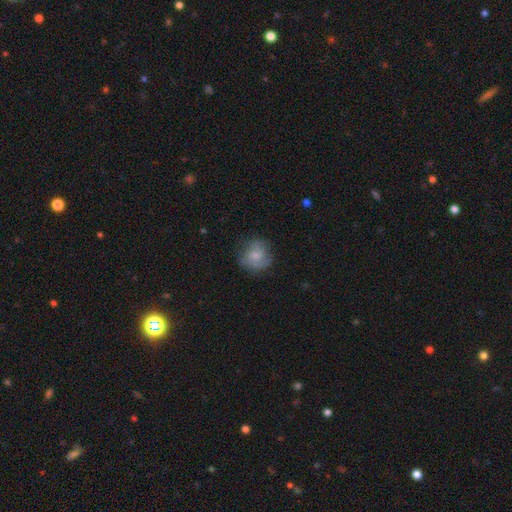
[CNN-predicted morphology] smooth-or-featured: smooth: 57% | featured or disk: 35% | star or artifact: 8%
  how-rounded: round: 85% | in between: 14% | cigar-shaped: 1%
  merging: none: 69% | minor disturbance: 21% | major disturbance: 9% | merger: 1%